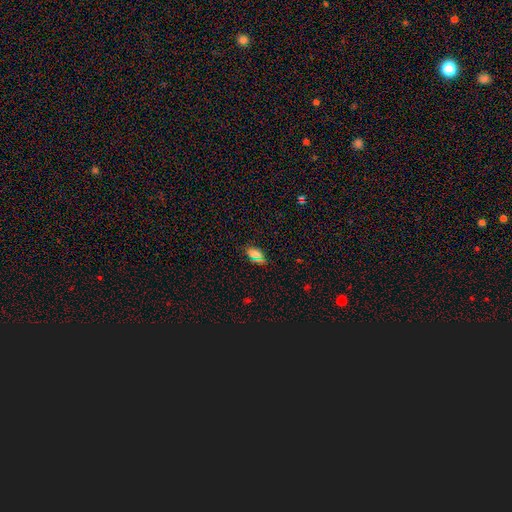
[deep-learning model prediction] The model was most divided on "smooth or featured": smooth: 70%, star or artifact: 22%, featured or disk: 8%. More confident: how rounded — in between (88%); merging — none (85%).